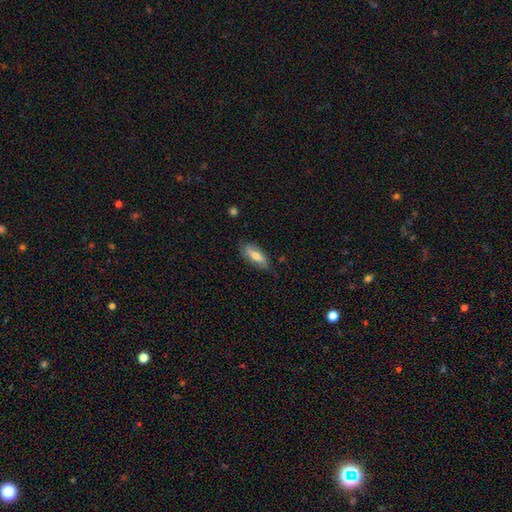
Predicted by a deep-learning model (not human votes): Smooth or featured? Predicted: smooth (p=0.61). How rounded? Predicted: in between (p=0.74). Merging? Predicted: none (p=0.74).